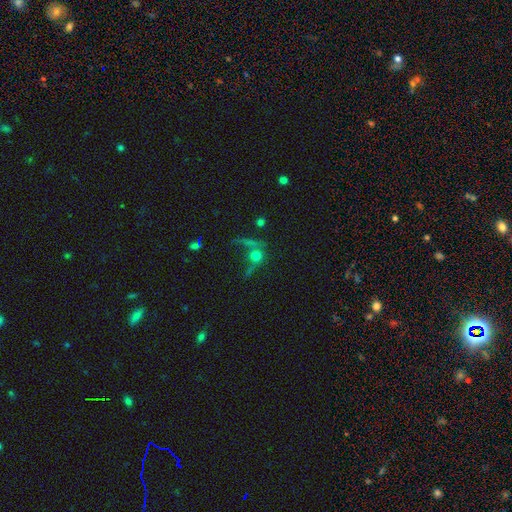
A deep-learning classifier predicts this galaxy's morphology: Q: Smooth or featured?
A: smooth (50%); runner-up: star or artifact (29%)
Q: How rounded?
A: round (84%); runner-up: in between (12%)
Q: Merging?
A: none (50%); runner-up: merger (20%)